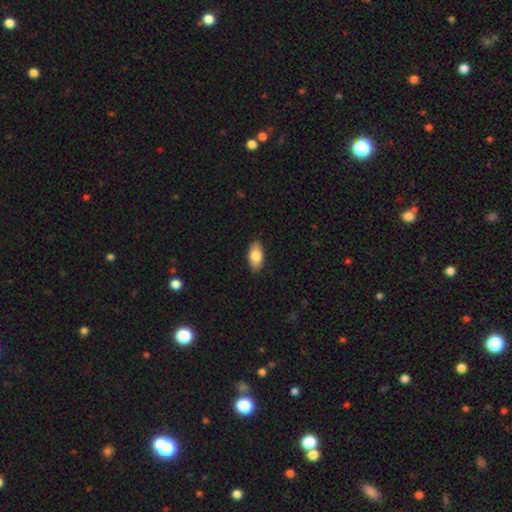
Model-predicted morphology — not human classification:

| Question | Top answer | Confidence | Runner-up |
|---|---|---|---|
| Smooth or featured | smooth | 81% | featured or disk (13%) |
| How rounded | in between | 91% | cigar-shaped (5%) |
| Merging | none | 87% | minor disturbance (10%) |